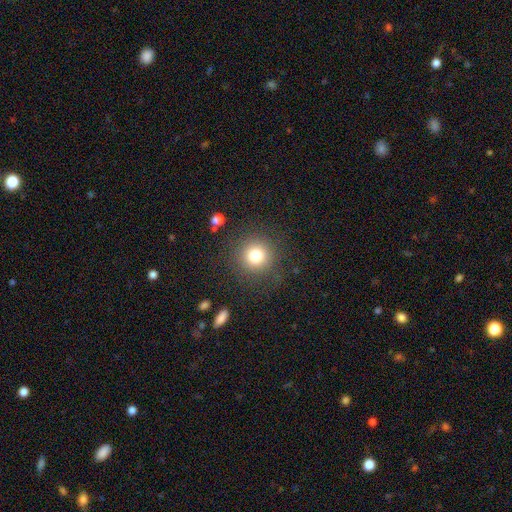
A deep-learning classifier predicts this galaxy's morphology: smooth 79%, star or artifact 13%, featured or disk 8%. Down the decision tree: how rounded — round (94%); merging — none (86%).